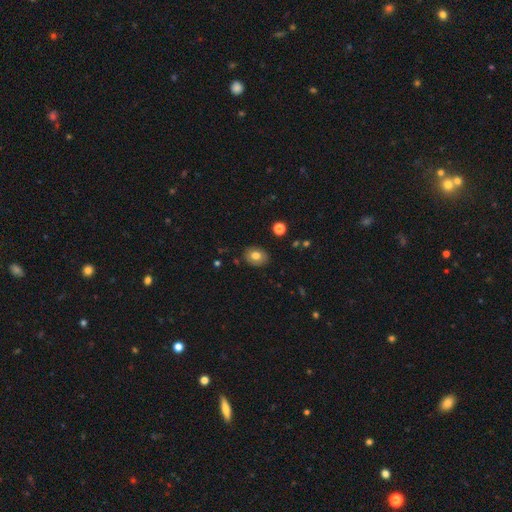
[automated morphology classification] The model was most divided on "how rounded": in between: 60%, round: 39%, cigar-shaped: 1%. More confident: merging — none (85%); smooth or featured — smooth (77%).